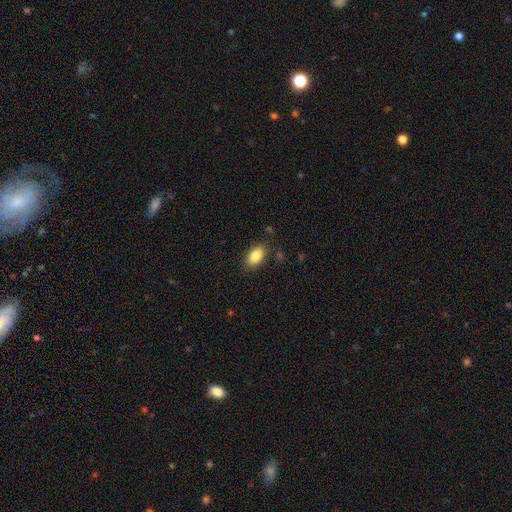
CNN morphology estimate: smooth-or-featured: smooth: 84% | star or artifact: 8% | featured or disk: 8%
  how-rounded: in between: 90% | round: 7% | cigar-shaped: 3%
  merging: none: 85% | minor disturbance: 11% | major disturbance: 3% | merger: 2%